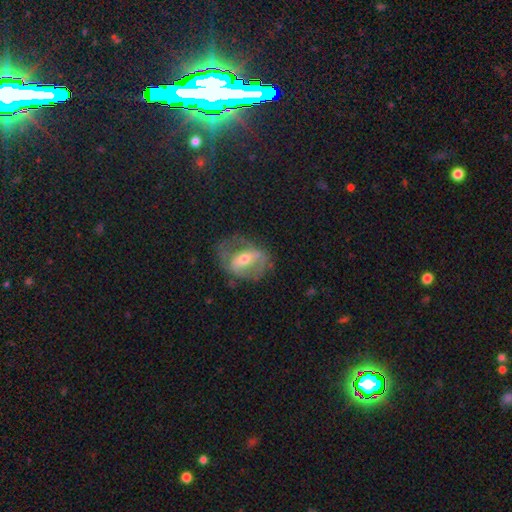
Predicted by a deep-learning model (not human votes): The model was most divided on "spiral arms": yes: 55%, no: 45%. Remaining: edge-on disk — no (91%); smooth or featured — featured or disk (67%); bulge size — moderate (59%); merging — none (56%); bar — strong (46%).